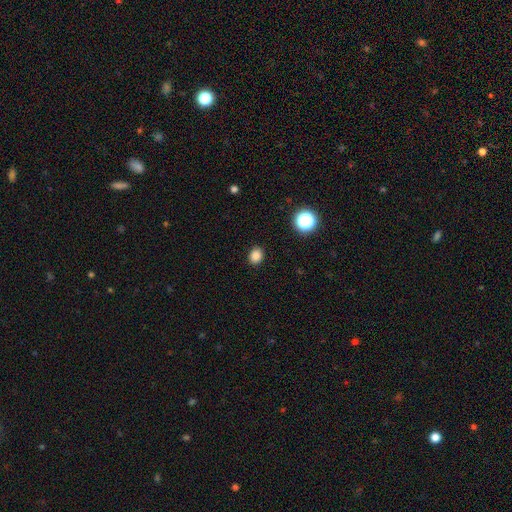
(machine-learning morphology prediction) Overall: smooth (84%). How rounded: round (54%; in between 45%). Merging: none (90%).